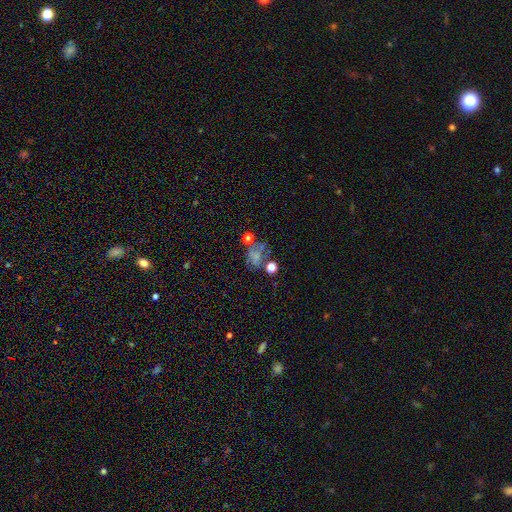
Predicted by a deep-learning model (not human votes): Smooth or featured?
  - smooth: 48% *
  - featured or disk: 31%
  - star or artifact: 22%
Merging?
  - none: 36% *
  - major disturbance: 28%
  - minor disturbance: 19%
  - merger: 17%